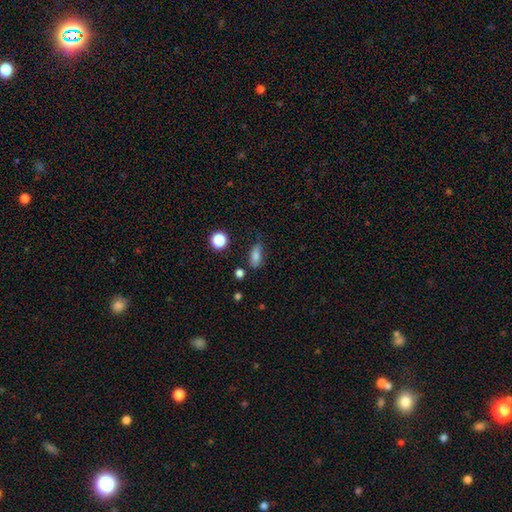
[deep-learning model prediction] Overall: smooth (82%). How rounded: in between (76%). Merging: none (64%; minor disturbance 25%).